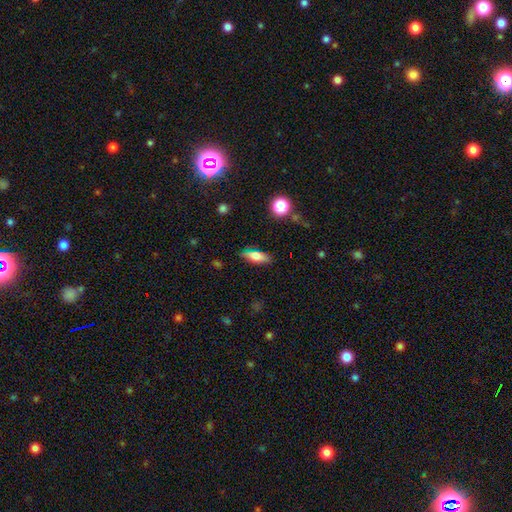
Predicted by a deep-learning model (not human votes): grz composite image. It shows a smooth galaxy with no disk features (66%) that is in between round and cigar-shaped (61%). Merging: none (81%).